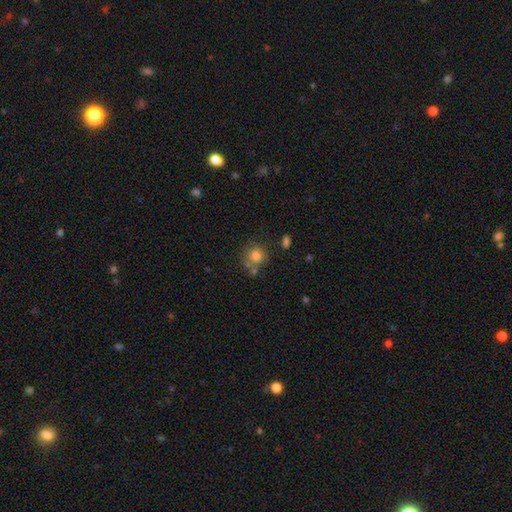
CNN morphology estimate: A smooth galaxy with no disk features (81%) that is round (83%).

Vote fractions:
- Smooth or featured? smooth: 81% / star or artifact: 11% / featured or disk: 8%
- How rounded? round: 83% / in between: 15% / cigar-shaped: 1%
- Merging? none: 62% / merger: 16% / minor disturbance: 16% / major disturbance: 7%